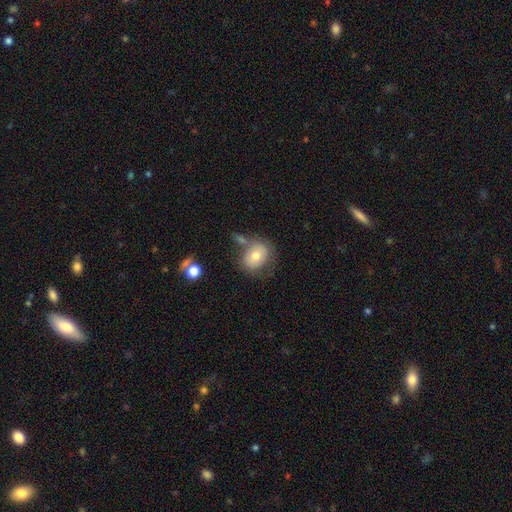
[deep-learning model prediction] A smooth galaxy with no disk features (70%) that is in between round and cigar-shaped (50%). Merging: none (55%).